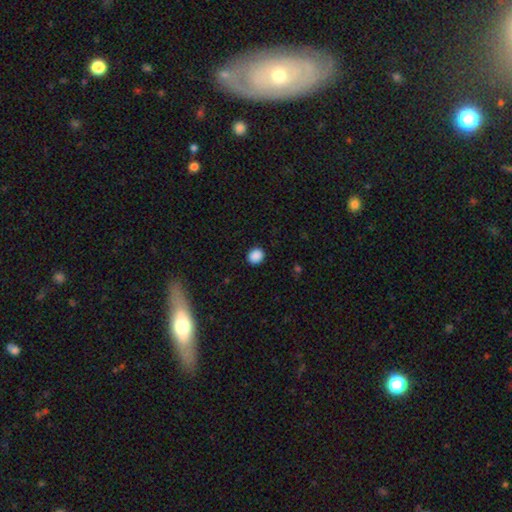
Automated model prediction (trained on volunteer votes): Smooth or featured: smooth — 89% (star or artifact — 9%)
How rounded: round — 79% (in between — 20%)
Merging: none — 91% (minor disturbance — 6%)